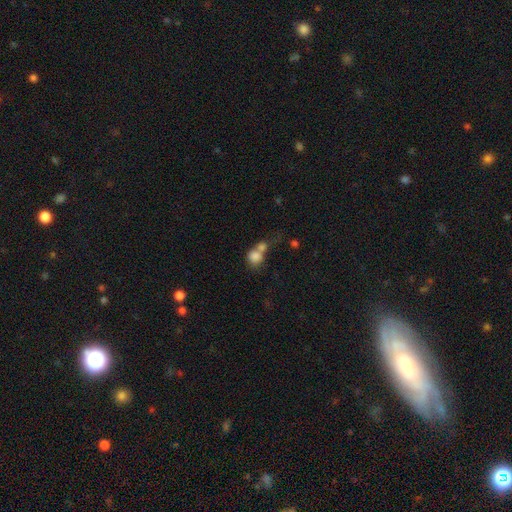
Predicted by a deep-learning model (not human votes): The model was most divided on "merging": merger: 59%, none: 26%, minor disturbance: 8%, major disturbance: 7%. More confident: smooth or featured — smooth (80%); how rounded — round (73%).